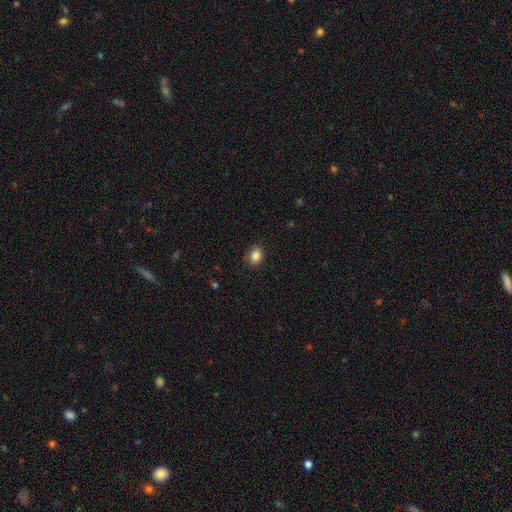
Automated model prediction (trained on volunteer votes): smooth 86%, star or artifact 10%, featured or disk 4%. Down the decision tree: how rounded — in between (56%); merging — none (86%).